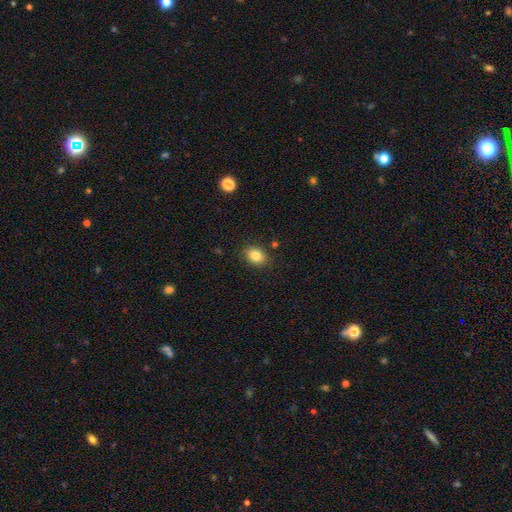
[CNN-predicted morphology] A smooth galaxy with no disk features (84%) that is in between round and cigar-shaped (65%). Merging: none (86%).